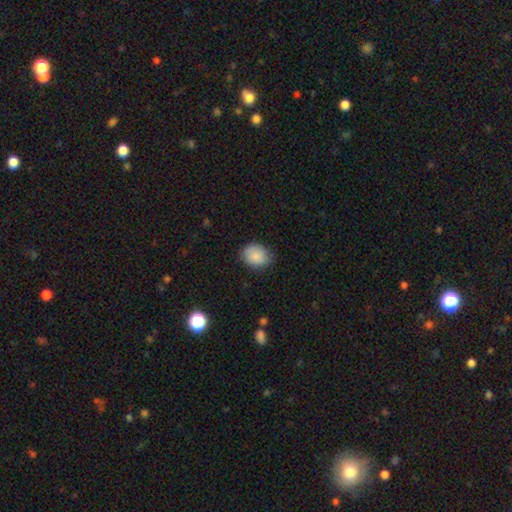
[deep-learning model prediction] A smooth galaxy with no disk features (86%) that is round (52%). Merging: none (72%).